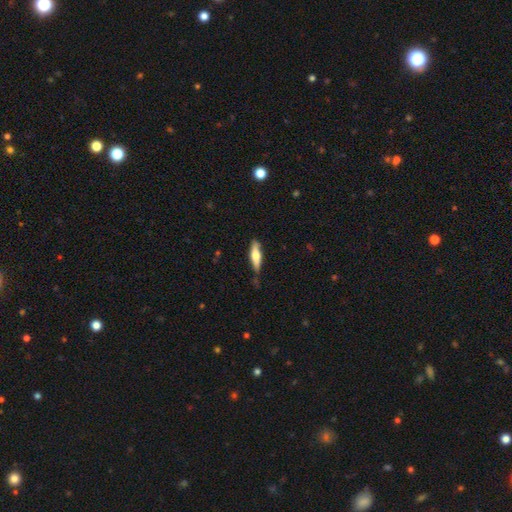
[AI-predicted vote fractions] This appears to be a smooth galaxy with no disk features (58%) that is cigar-shaped (65%). Merging: none (73%).